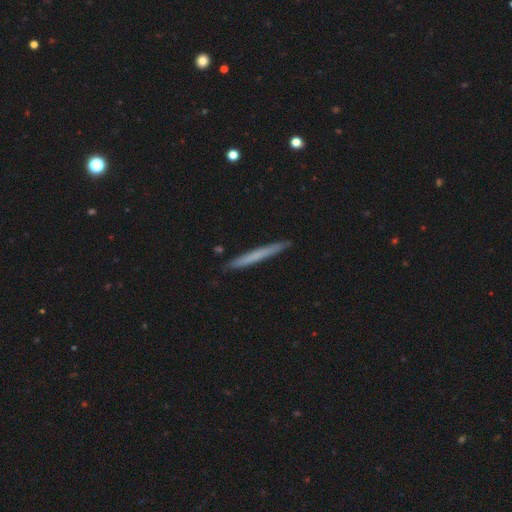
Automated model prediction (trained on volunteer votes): This appears to be a smooth galaxy with no disk features (60%) that is cigar-shaped (97%). Merging: none (90%).